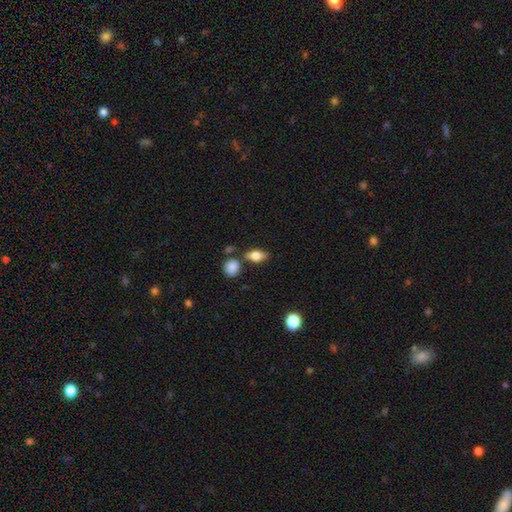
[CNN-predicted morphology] smooth_or_featured: smooth (p=0.72) [alt: featured or disk p=0.20]
how_rounded: in between (p=0.79) [alt: cigar-shaped p=0.11]
merging: none (p=0.70) [alt: minor disturbance p=0.14]